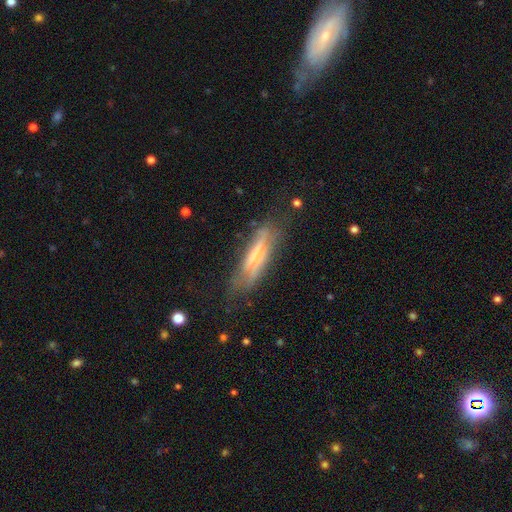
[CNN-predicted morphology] A featured or disk galaxy (57%) viewed edge-on (74%). Merging: none (61%).